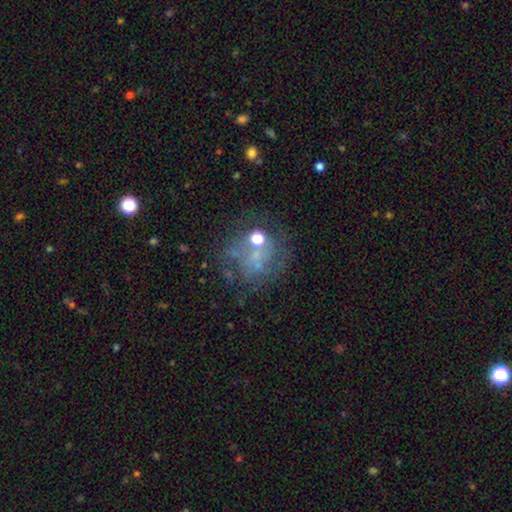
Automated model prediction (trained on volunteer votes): smooth-or-featured: featured or disk: 47% | smooth: 32% | star or artifact: 21%
  merging: none: 51% | major disturbance: 22% | minor disturbance: 17% | merger: 10%